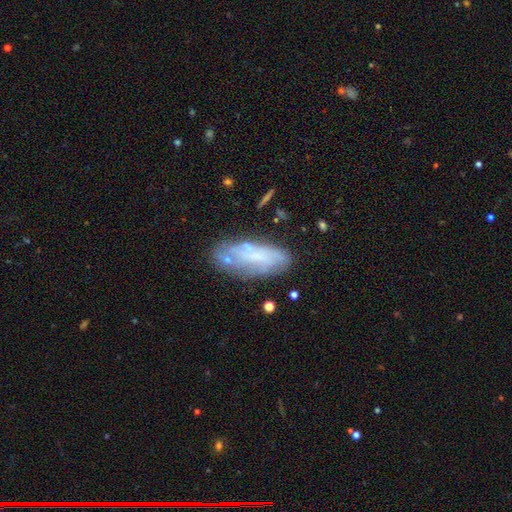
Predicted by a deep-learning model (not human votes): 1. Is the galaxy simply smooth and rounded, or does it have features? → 46% smooth, 44% featured or disk, 10% star or artifact.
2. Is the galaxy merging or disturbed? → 65% none, 20% minor disturbance, 8% major disturbance, 6% merger.